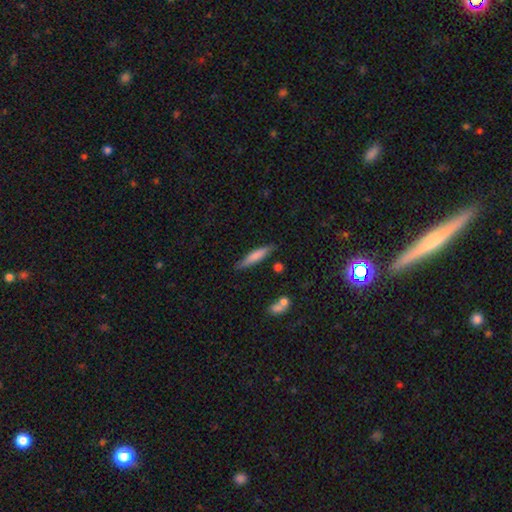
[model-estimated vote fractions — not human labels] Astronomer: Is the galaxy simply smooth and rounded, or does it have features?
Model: smooth — 72%.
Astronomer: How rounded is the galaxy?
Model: cigar-shaped — 84%.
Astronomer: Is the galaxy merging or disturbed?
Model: none — 81%.